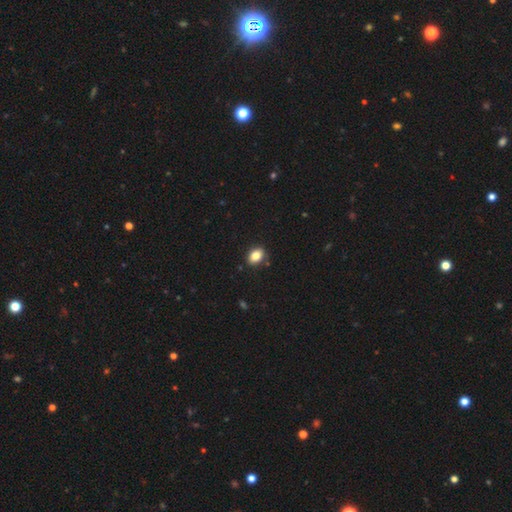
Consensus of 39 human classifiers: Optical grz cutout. It shows a smooth galaxy with no disk features (87%) that is in between round and cigar-shaped (68%). Merging: none (71%).